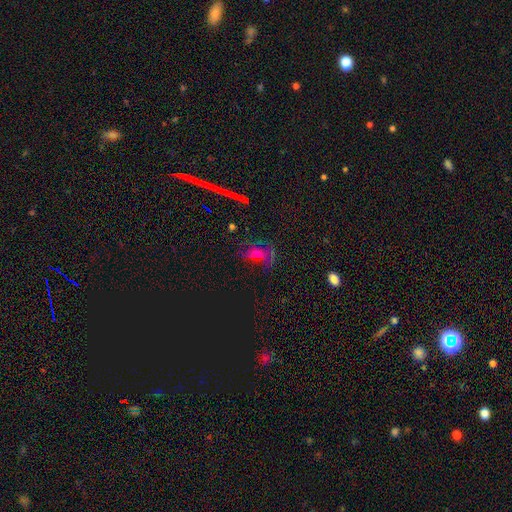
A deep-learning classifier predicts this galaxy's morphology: This is marginally a featured or disk galaxy (40%). Merging: possibly none (57%).